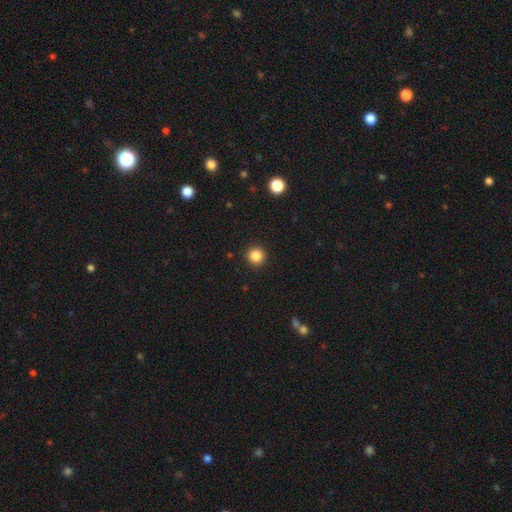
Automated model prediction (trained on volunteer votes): Smooth or featured: smooth — 86% (star or artifact — 11%)
How rounded: round — 95% (in between — 4%)
Merging: none — 93% (minor disturbance — 4%)